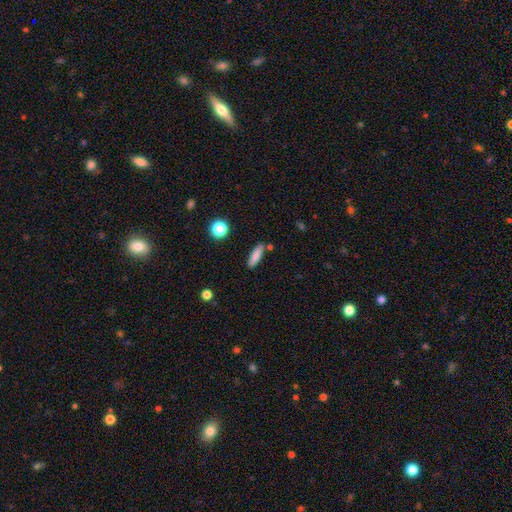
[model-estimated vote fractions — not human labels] A smooth galaxy with no disk features (82%) that is cigar-shaped (64%). Merging: none (82%).